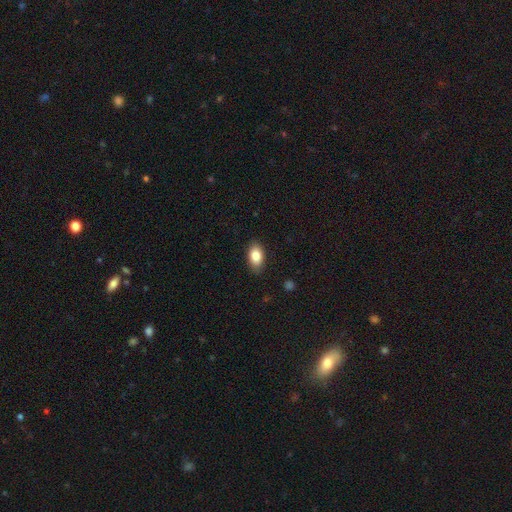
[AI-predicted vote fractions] Smooth or featured? Predicted: smooth (p=0.84). How rounded? Predicted: in between (p=0.91). Merging? Predicted: none (p=0.86).